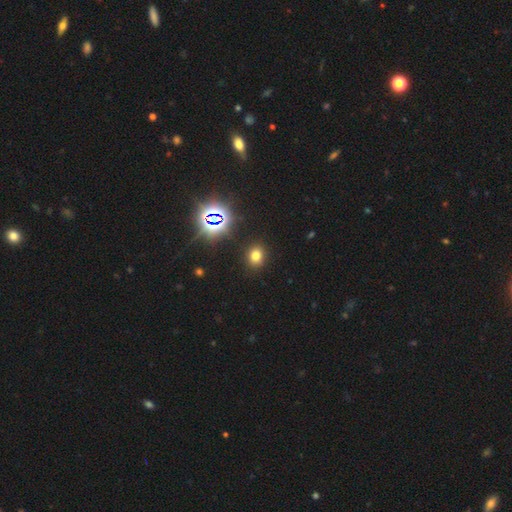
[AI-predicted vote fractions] Smooth or featured?
  - smooth: 70% *
  - star or artifact: 23%
  - featured or disk: 7%
How rounded?
  - round: 58% *
  - in between: 41%
  - cigar-shaped: 1%
Merging?
  - none: 89% *
  - minor disturbance: 7%
  - major disturbance: 3%
  - merger: 2%